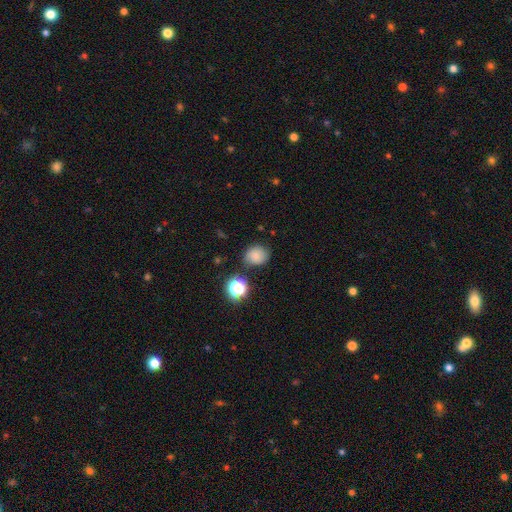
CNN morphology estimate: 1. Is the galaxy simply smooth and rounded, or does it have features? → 74% smooth, 15% star or artifact, 11% featured or disk.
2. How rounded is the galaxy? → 70% round, 29% in between, 1% cigar-shaped.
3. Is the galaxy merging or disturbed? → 73% none, 18% minor disturbance, 4% major disturbance, 4% merger.